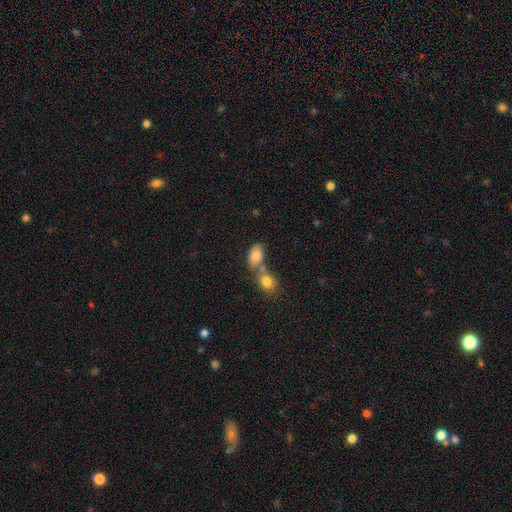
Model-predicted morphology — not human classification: Smooth or featured? Predicted: smooth (p=0.83). How rounded? Predicted: in between (p=0.88). Merging? Predicted: merger (p=0.44).